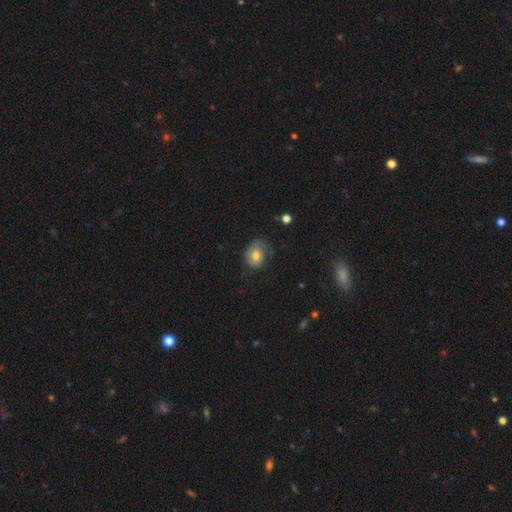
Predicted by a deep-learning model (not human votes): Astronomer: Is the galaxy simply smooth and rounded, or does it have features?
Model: smooth — 66%.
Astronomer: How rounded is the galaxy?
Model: round — 52% (runner-up: in between, 47%).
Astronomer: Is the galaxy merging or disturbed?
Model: none — 54% (runner-up: minor disturbance, 30%).